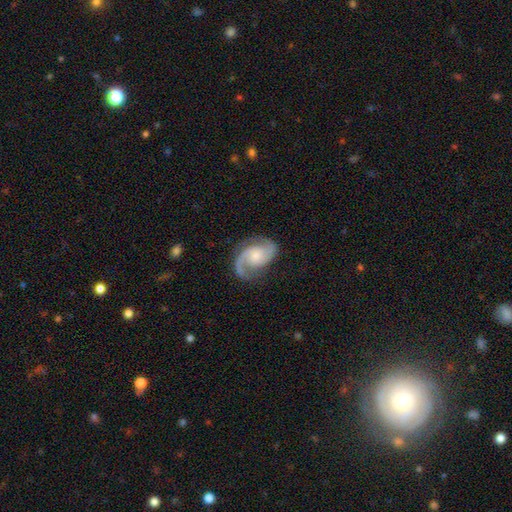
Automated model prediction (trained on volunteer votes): Q: Smooth or featured?
A: featured or disk (89%); runner-up: smooth (6%)
Q: Edge-on disk?
A: no (98%); runner-up: yes (2%)
Q: Bar?
A: no (62%); runner-up: weak (32%)
Q: Spiral arms?
A: yes (98%); runner-up: no (2%)
Q: Spiral winding?
A: medium (56%); runner-up: loose (23%)
Q: Spiral arm count?
A: 2 (91%); runner-up: 1 (4%)
Q: Bulge size?
A: small (46%); runner-up: moderate (42%)
Q: Merging?
A: none (77%); runner-up: minor disturbance (15%)